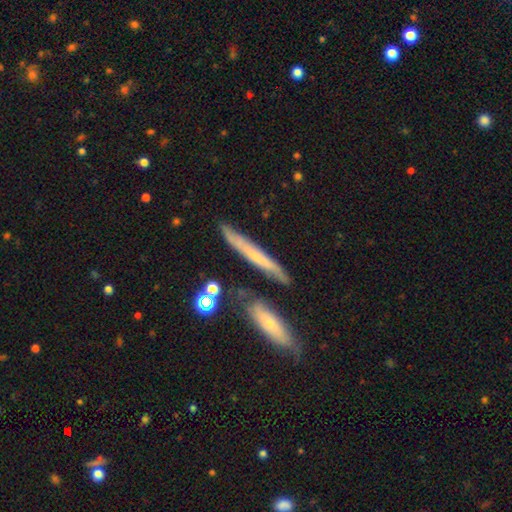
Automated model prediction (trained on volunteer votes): Morphology: type=smooth (47%); merging=none (74%).